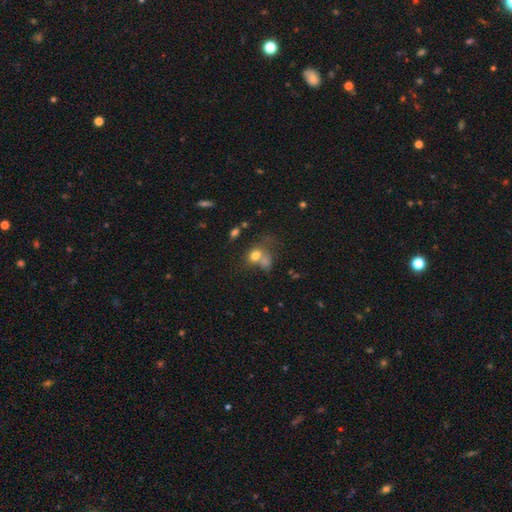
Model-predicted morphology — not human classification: Q: Smooth or featured?
A: smooth (72%); runner-up: featured or disk (15%)
Q: How rounded?
A: in between (57%); runner-up: round (42%)
Q: Merging?
A: merger (52%); runner-up: none (27%)